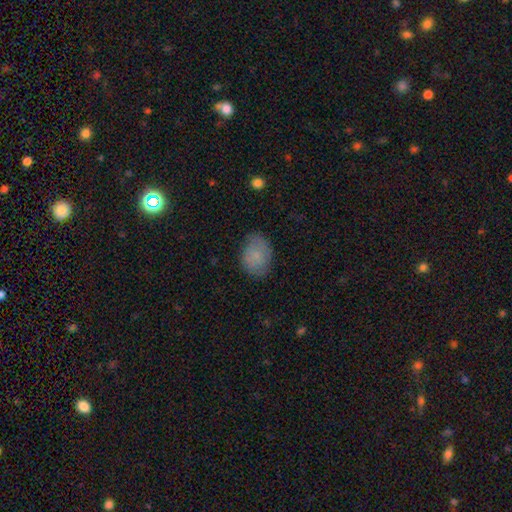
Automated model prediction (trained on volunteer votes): A smooth galaxy with no disk features (74%) that is in between round and cigar-shaped (75%). Merging: none (71%).